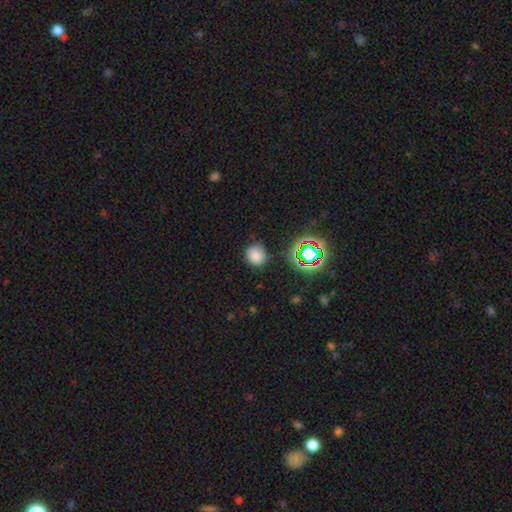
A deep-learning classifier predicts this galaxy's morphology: smooth 76%, star or artifact 18%, featured or disk 6%. Down the decision tree: how rounded — round (81%); merging — none (78%).